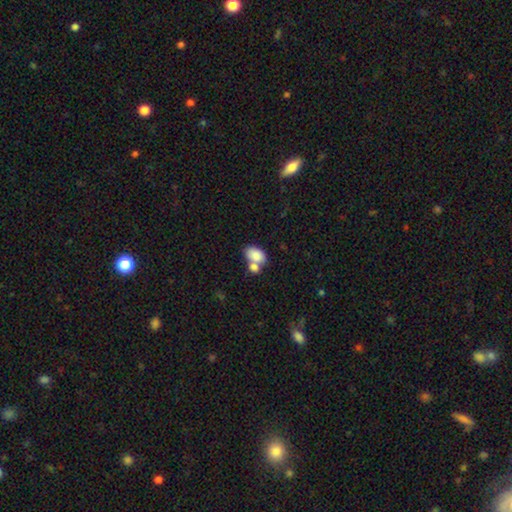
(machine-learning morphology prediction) This appears to be a smooth galaxy with no disk features (83%) that is in between round and cigar-shaped (87%). Merging: merger (50%).